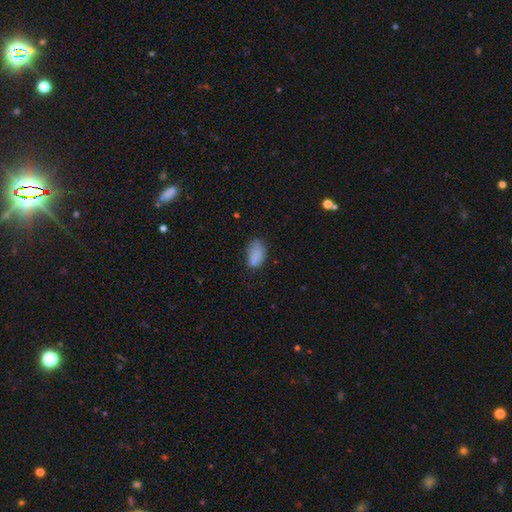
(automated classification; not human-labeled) Morphology: type=smooth (80%); roundness=in between (90%); merging=none (55%).